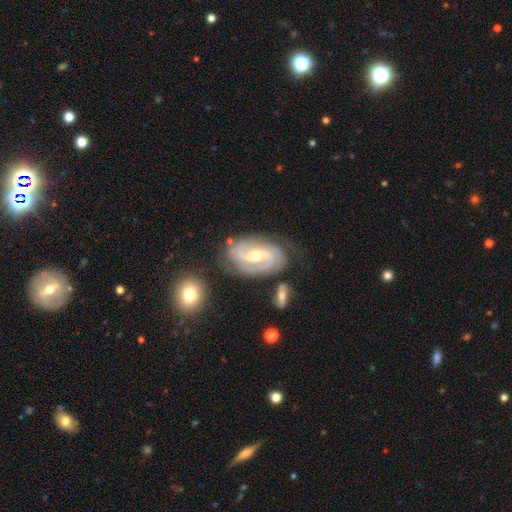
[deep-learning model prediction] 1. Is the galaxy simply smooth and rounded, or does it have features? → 88% featured or disk, 7% smooth, 5% star or artifact.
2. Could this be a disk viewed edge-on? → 96% no, 4% yes.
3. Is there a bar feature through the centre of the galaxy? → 44% weak, 29% no, 27% strong.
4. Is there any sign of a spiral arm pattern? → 97% yes, 3% no.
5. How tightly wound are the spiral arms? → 44% tight, 43% medium, 13% loose.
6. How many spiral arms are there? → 63% 2, 18% 3, 10% can't tell, 4% 4, 3% 1, 2% more than 4.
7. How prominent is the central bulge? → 50% moderate, 47% small, 1% large, 1% none, 1% dominant.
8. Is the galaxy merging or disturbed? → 70% none, 19% minor disturbance, 6% major disturbance, 5% merger.